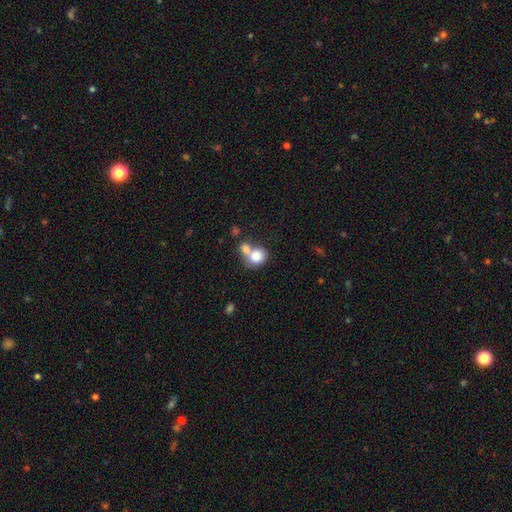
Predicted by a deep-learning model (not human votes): Smooth or featured: smooth — 78% (featured or disk — 13%)
How rounded: round — 67% (in between — 32%)
Merging: merger — 56% (none — 31%)